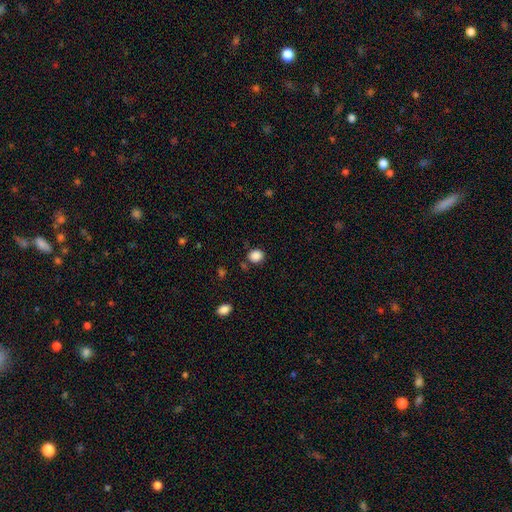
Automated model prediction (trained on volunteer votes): smooth-or-featured: smooth: 87% | star or artifact: 10% | featured or disk: 3%
  how-rounded: round: 76% | in between: 23% | cigar-shaped: 1%
  merging: none: 81% | minor disturbance: 11% | merger: 4% | major disturbance: 3%